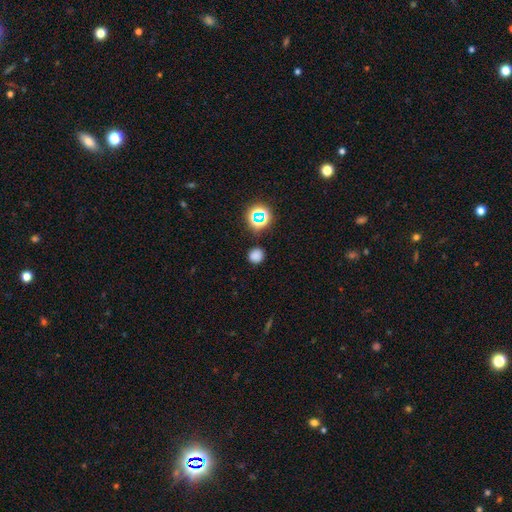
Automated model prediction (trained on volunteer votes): smooth_or_featured: smooth (p=0.74) [alt: star or artifact p=0.21]
how_rounded: round (p=0.91) [alt: in between p=0.08]
merging: none (p=0.87) [alt: minor disturbance p=0.08]